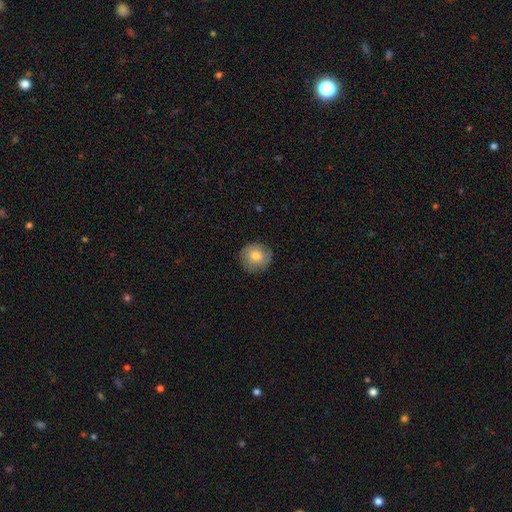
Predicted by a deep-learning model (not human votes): smooth_or_featured: smooth (p=0.70) [alt: featured or disk p=0.22]
how_rounded: round (p=0.92) [alt: in between p=0.07]
merging: none (p=0.83) [alt: minor disturbance p=0.13]